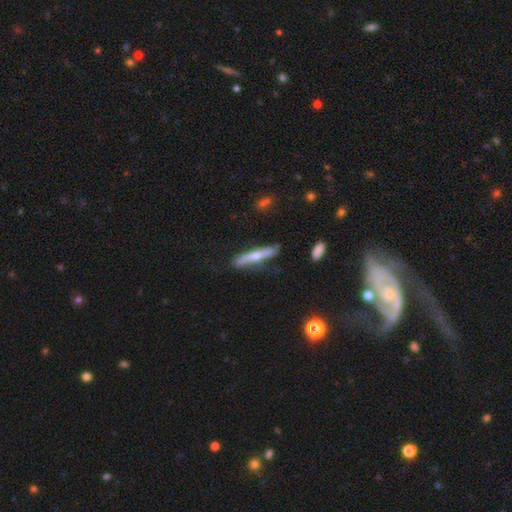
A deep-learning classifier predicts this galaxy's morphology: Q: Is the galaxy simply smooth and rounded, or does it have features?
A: featured or disk — 56%.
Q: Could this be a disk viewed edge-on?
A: yes — 89%.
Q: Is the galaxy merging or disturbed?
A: none — 78%.